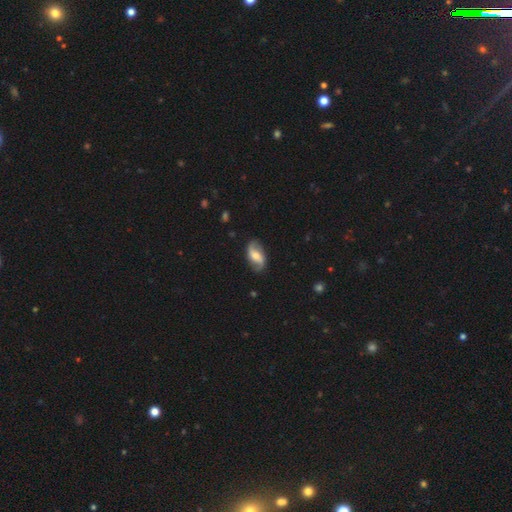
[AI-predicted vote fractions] Smooth or featured?
  - featured or disk: 74% *
  - smooth: 20%
  - star or artifact: 6%
Edge-on disk?
  - no: 96% *
  - yes: 4%
Bar?
  - weak: 41% *
  - no: 38%
  - strong: 21%
Spiral arms?
  - yes: 92% *
  - no: 8%
Spiral winding?
  - loose: 55% *
  - medium: 32%
  - tight: 13%
Spiral arm count?
  - 2: 92% *
  - can't tell: 4%
  - 1: 2%
  - 3: 1%
  - 4: 1%
  - more than 4: 1%
Bulge size?
  - moderate: 58% *
  - small: 32%
  - large: 6%
  - none: 3%
  - dominant: 1%
Merging?
  - none: 82% *
  - minor disturbance: 13%
  - major disturbance: 3%
  - merger: 1%